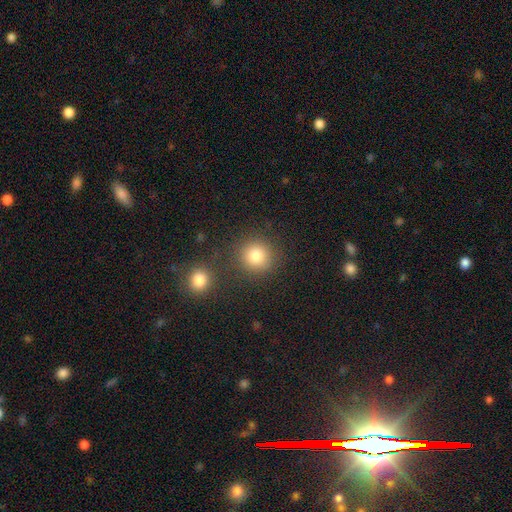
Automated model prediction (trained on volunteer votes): Overall: smooth (82%). How rounded: round (91%). Merging: none (80%).